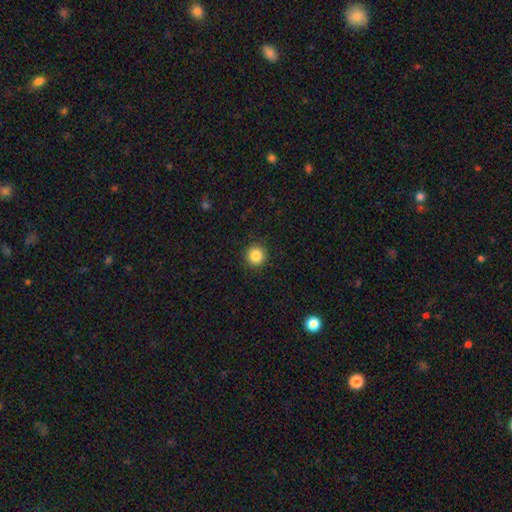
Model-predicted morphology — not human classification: The model was most divided on "smooth or featured": smooth: 85%, star or artifact: 10%, featured or disk: 5%. More confident: how rounded — round (95%); merging — none (92%).